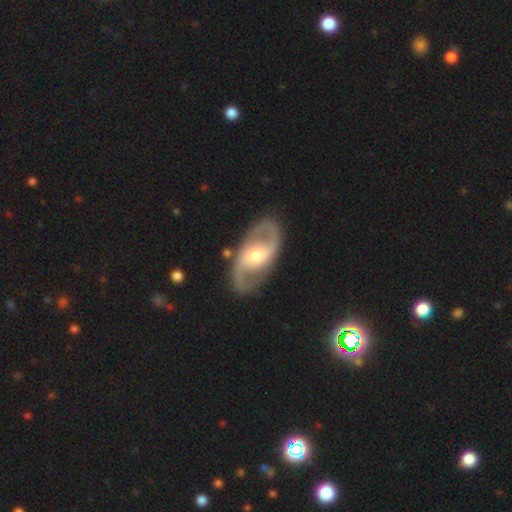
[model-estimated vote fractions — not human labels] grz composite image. It shows a featured or disk galaxy (87%) with a weak bar (44%), 2 (93%) medium (52%) spiral arms (93%) and a moderate central bulge (64%). Merging: none (85%).